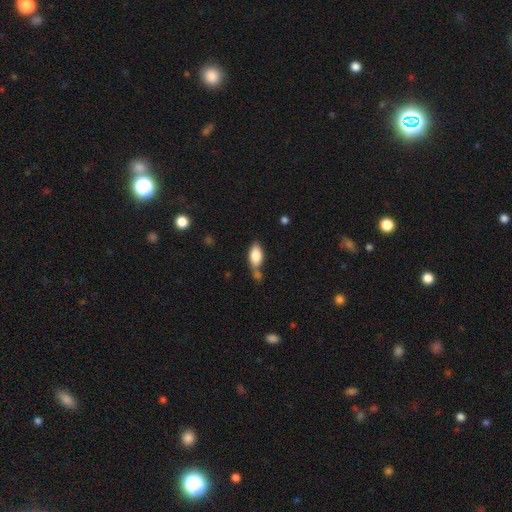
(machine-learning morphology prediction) Overall: smooth (79%). How rounded: in between (88%). Merging: none (50%; merger 25%).